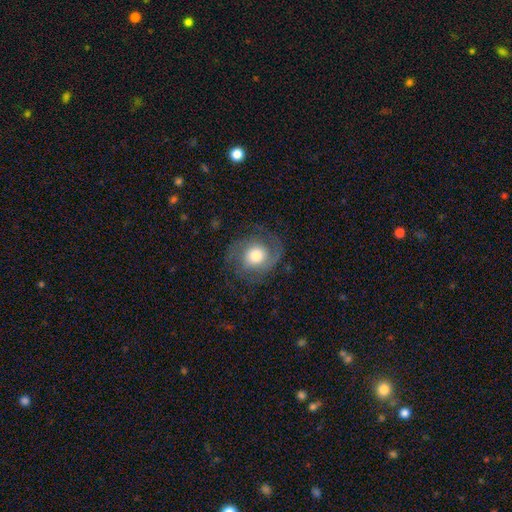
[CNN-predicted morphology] smooth_or_featured: featured or disk (p=0.71) [alt: smooth p=0.22]
disk_edge_on: no (p=0.98) [alt: yes p=0.02]
bar: no (p=0.74) [alt: weak p=0.21]
has_spiral_arms: yes (p=0.92) [alt: no p=0.08]
spiral_winding: medium (p=0.45) [alt: tight p=0.37]
spiral_arm_count: 2 (p=0.74) [alt: can't tell p=0.09]
bulge_size: moderate (p=0.51) [alt: large p=0.35]
merging: none (p=0.74) [alt: minor disturbance p=0.15]